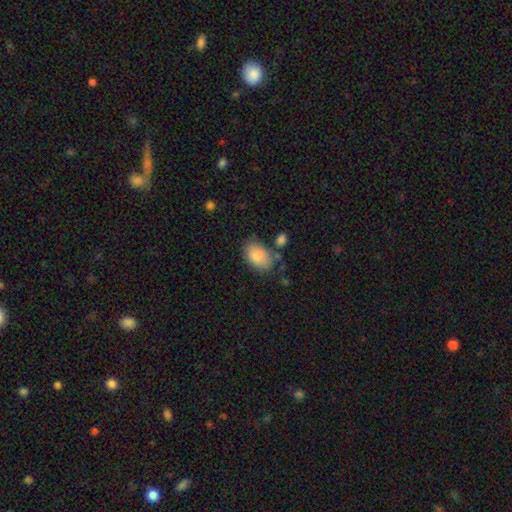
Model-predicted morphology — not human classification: This appears to be a smooth galaxy with no disk features (84%) that is in between round and cigar-shaped (88%). Merging: none (65%).